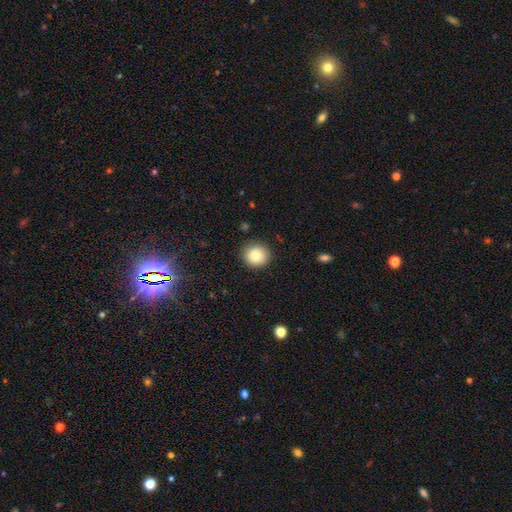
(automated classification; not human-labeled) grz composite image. It shows a smooth galaxy with no disk features (85%) that is round (92%). Merging: none (90%).